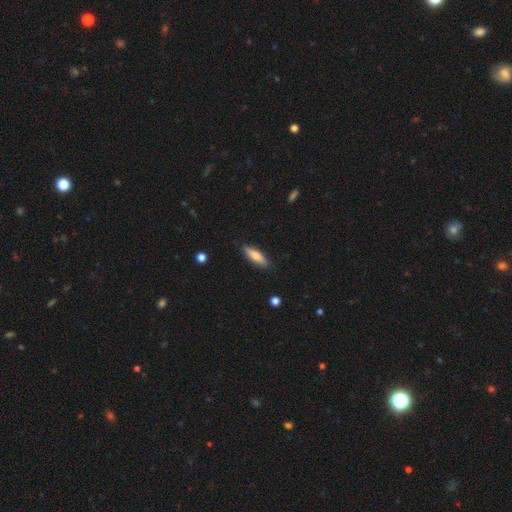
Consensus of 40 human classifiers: A smooth galaxy with no disk features (72%) that is cigar-shaped (55%).

Vote fractions:
- Smooth or featured? smooth: 72% / featured or disk: 18% / star or artifact: 10%
- How rounded? cigar-shaped: 55% / in between: 45% / round: 0%
- Merging? none: 75% / minor disturbance: 17% / major disturbance: 8% / merger: 0%